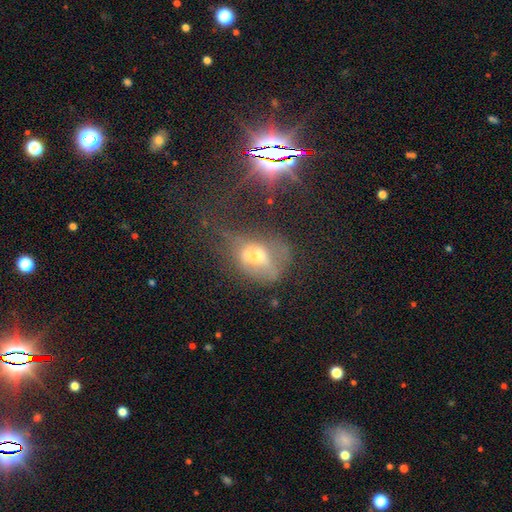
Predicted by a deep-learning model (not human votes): The model was most divided on "smooth or featured" (2-way tie): smooth: 41%, featured or disk: 41%, star or artifact: 18%. Remaining: merging — major disturbance (44%).